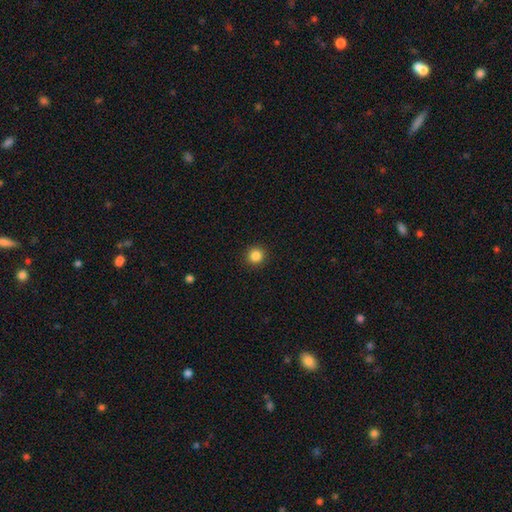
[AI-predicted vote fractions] smooth_or_featured: smooth (p=0.85) [alt: star or artifact p=0.11]
how_rounded: round (p=0.94) [alt: in between p=0.05]
merging: none (p=0.92) [alt: minor disturbance p=0.05]